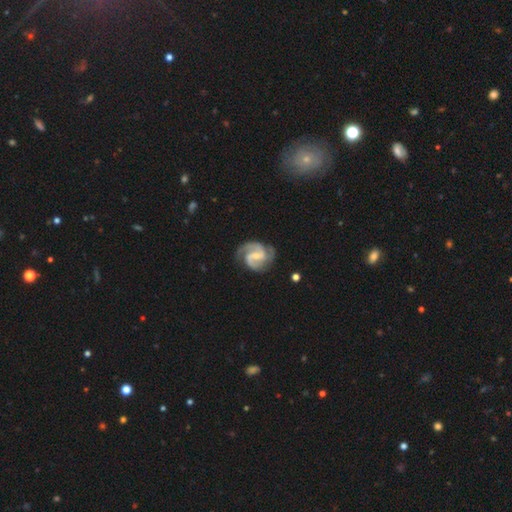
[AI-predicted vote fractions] Overall: featured or disk (90%). Edge-on disk: no (98%). Bar: weak (55%; strong 23%). Spiral arms: yes (98%). Spiral arm count: 2 (73%). Spiral winding: medium (54%; tight 30%). Bulge size: small (54%; moderate 28%). Merging: none (72%).